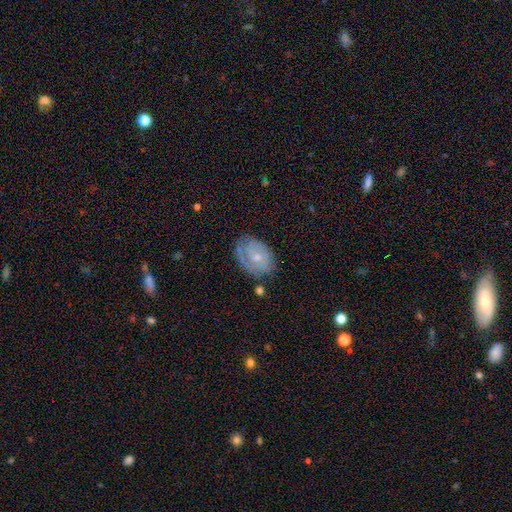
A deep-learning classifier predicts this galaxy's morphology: Smooth or featured: featured or disk — 62% (smooth — 31%)
Edge-on disk: no — 96% (yes — 4%)
Bar: no — 73% (weak — 24%)
Spiral arms: yes — 79% (no — 21%)
Bulge size: small — 60% (moderate — 34%)
Merging: none — 66% (minor disturbance — 23%)